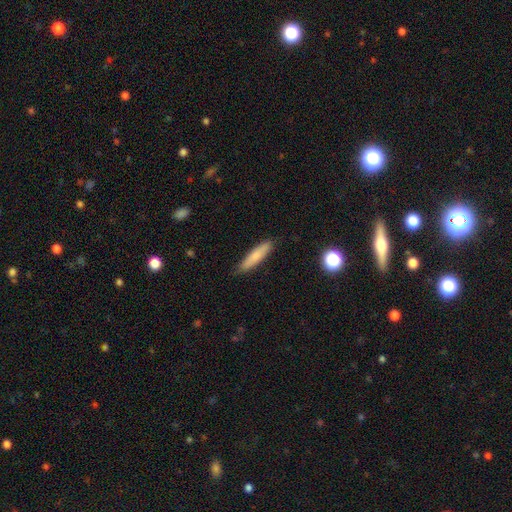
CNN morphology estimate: This appears to be a smooth galaxy with no disk features (76%) that is cigar-shaped (83%). Merging: none (86%).